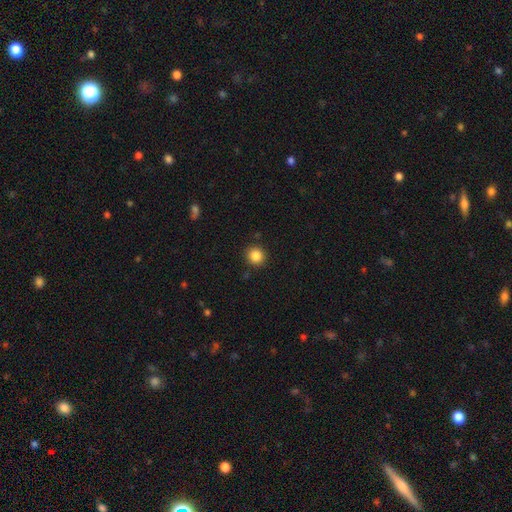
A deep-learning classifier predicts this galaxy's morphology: This appears to be a smooth galaxy with no disk features (86%) that is round (92%). Merging: none (90%).